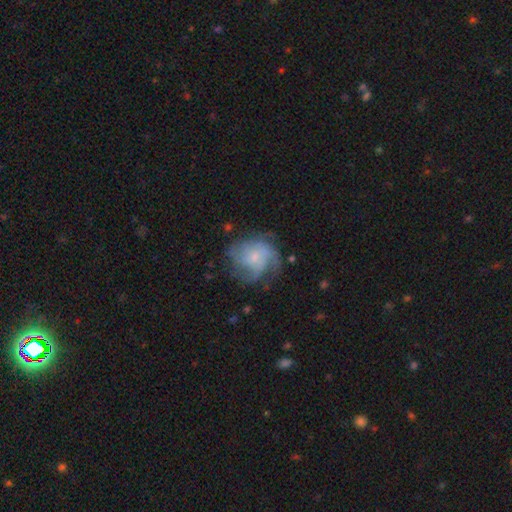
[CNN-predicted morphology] type=featured or disk (75%); edge-on=no (98%); bar=no (76%); spiral arms=yes (92%); winding=tight (43%); arm count=can't tell (27%); bulge=small (69%); merging=none (64%).